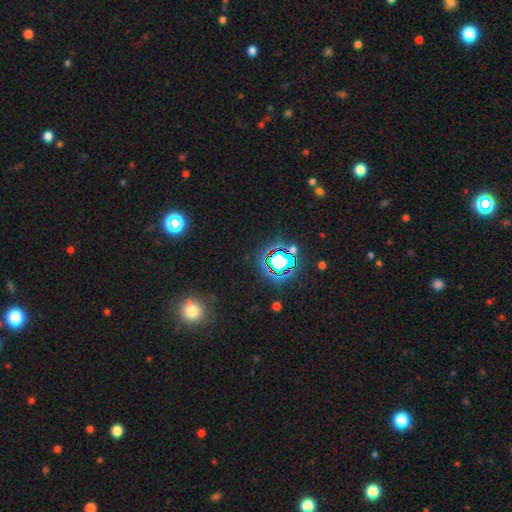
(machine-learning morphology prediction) star or artifact 79%, smooth 12%, featured or disk 9%.